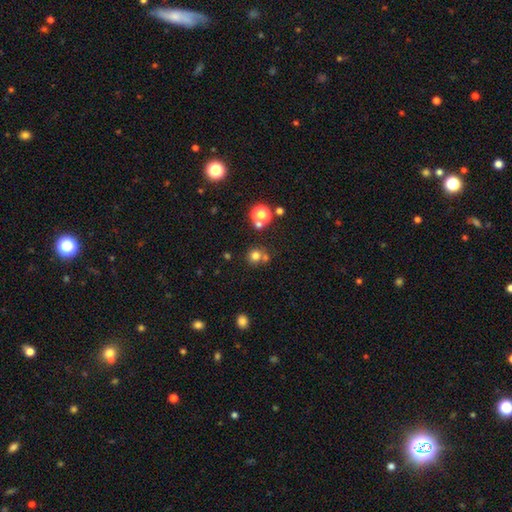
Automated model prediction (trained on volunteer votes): Overall: smooth (73%). How rounded: round (90%). Merging: none (65%).